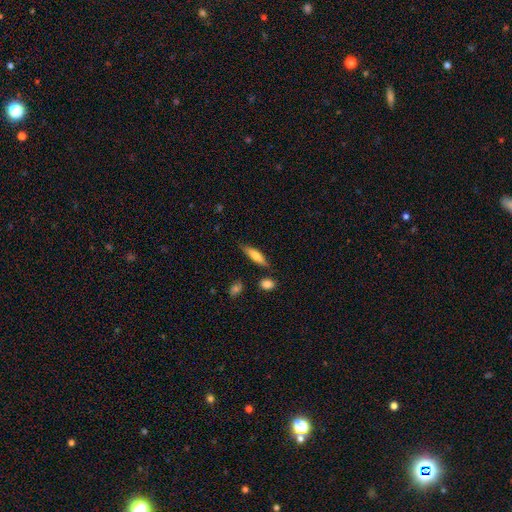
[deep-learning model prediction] smooth 63%, featured or disk 30%, star or artifact 6%. Down the decision tree: how rounded — cigar-shaped (60%); merging — none (78%).